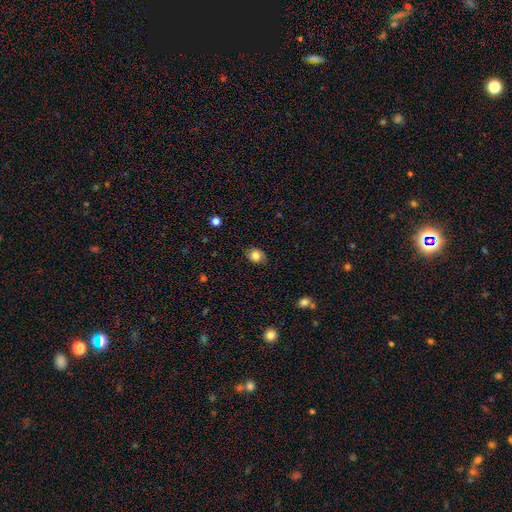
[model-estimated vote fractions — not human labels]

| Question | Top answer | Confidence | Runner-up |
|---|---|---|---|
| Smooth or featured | smooth | 83% | star or artifact (10%) |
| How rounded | round | 57% | in between (42%) |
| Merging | none | 84% | minor disturbance (13%) |